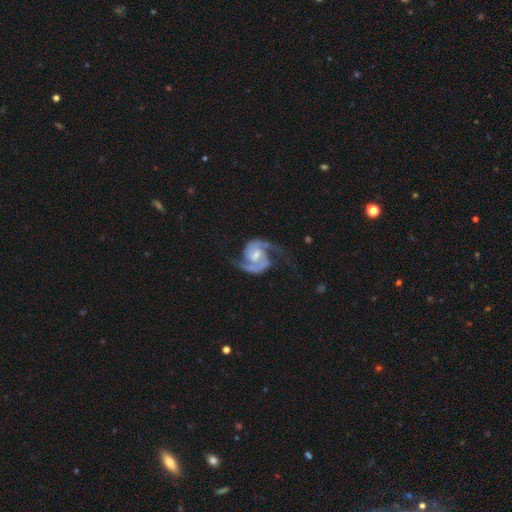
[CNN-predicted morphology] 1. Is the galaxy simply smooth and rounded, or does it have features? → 92% featured or disk, 4% star or artifact, 4% smooth.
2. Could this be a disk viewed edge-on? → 98% no, 2% yes.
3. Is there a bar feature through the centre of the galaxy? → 49% weak, 37% no, 14% strong.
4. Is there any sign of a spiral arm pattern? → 98% yes, 2% no.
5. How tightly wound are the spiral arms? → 58% medium, 23% loose, 19% tight.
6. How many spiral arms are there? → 94% 2, 2% can't tell, 1% 3, 1% 1, 1% 4, 1% more than 4.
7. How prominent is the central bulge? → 47% moderate, 38% small, 9% none, 5% large, 1% dominant.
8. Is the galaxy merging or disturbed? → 71% none, 16% minor disturbance, 11% major disturbance, 2% merger.